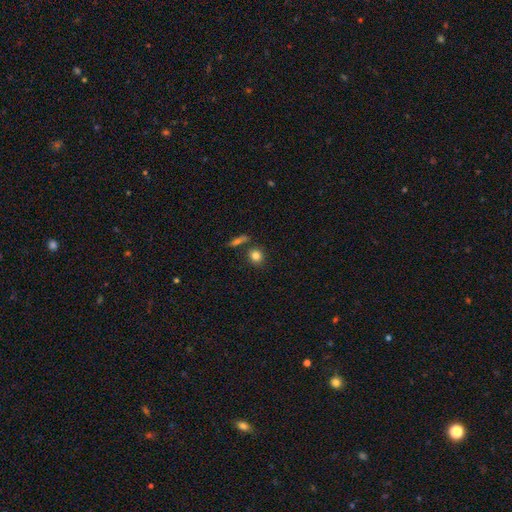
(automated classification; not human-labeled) This is clearly a smooth galaxy (82%). How rounded: likely round (77%). Merging: likely none (75%).